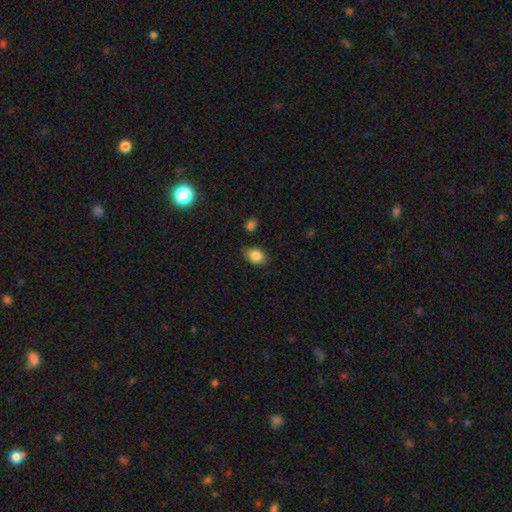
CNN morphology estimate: This is clearly a smooth galaxy (84%). How rounded: likely in between (75%). Merging: likely none (77%).